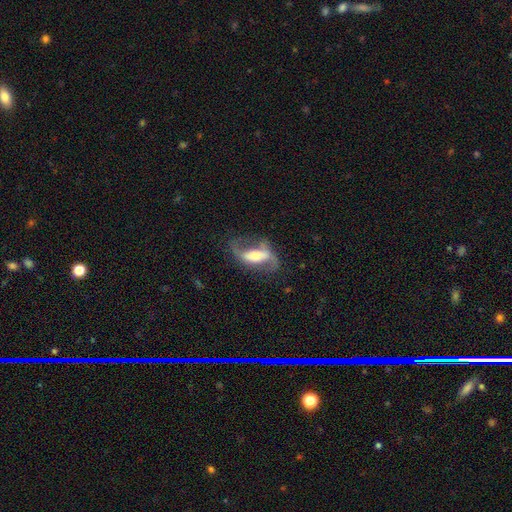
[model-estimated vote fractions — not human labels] Q: Smooth or featured?
A: featured or disk (80%); runner-up: smooth (14%)
Q: Edge-on disk?
A: no (90%); runner-up: yes (10%)
Q: Bar?
A: strong (49%); runner-up: weak (29%)
Q: Spiral arms?
A: yes (90%); runner-up: no (10%)
Q: Spiral winding?
A: loose (65%); runner-up: medium (28%)
Q: Spiral arm count?
A: 2 (89%); runner-up: 1 (5%)
Q: Bulge size?
A: moderate (54%); runner-up: small (29%)
Q: Merging?
A: none (62%); runner-up: minor disturbance (18%)